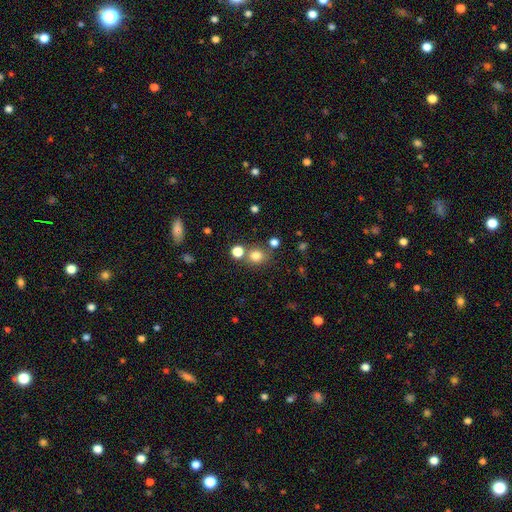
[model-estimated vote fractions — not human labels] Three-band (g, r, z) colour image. It shows a smooth galaxy with no disk features (78%) that is round (82%). Merging: none (70%).